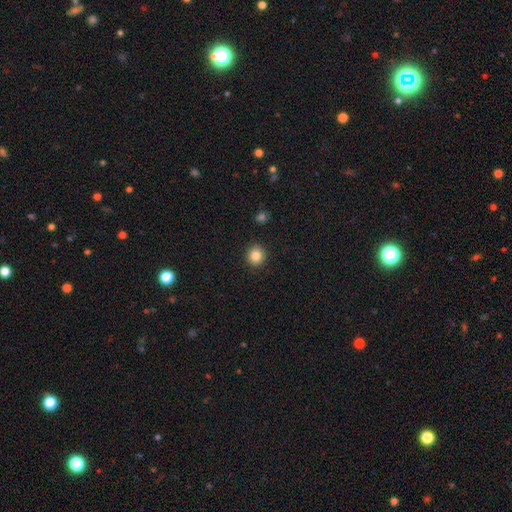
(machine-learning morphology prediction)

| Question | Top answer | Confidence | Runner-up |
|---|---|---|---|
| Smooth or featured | smooth | 85% | star or artifact (10%) |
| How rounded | round | 90% | in between (9%) |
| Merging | none | 91% | minor disturbance (6%) |